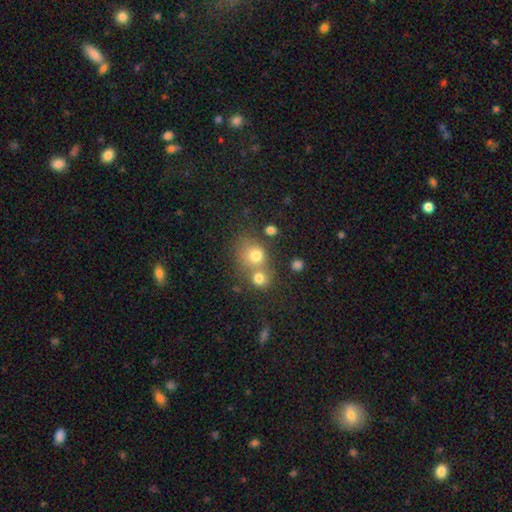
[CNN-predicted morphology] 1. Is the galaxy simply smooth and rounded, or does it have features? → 74% smooth, 15% star or artifact, 11% featured or disk.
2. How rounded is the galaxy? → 76% round, 23% in between, 1% cigar-shaped.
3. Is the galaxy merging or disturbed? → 44% none, 42% merger, 10% minor disturbance, 5% major disturbance.